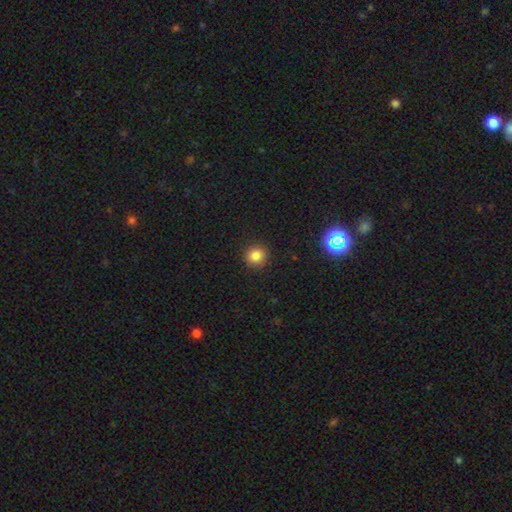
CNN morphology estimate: This is clearly a smooth galaxy (82%). How rounded: clearly round (92%). Merging: clearly none (91%).